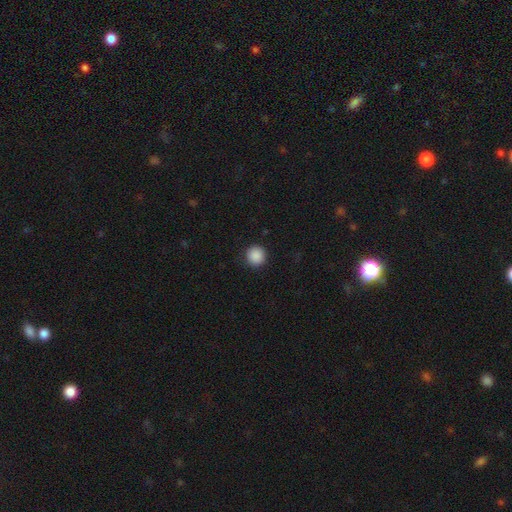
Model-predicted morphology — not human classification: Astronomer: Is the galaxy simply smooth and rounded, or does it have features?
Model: smooth — 89%.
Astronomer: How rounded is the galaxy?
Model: round — 95%.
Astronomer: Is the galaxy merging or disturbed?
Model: none — 92%.